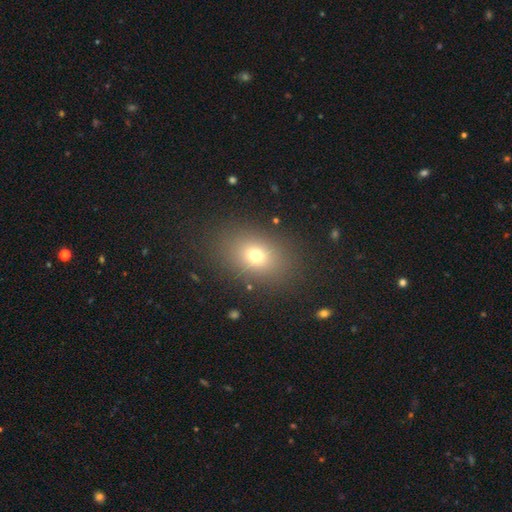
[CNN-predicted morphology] smooth_or_featured: smooth (p=0.71) [alt: star or artifact p=0.17]
how_rounded: in between (p=0.64) [alt: round p=0.34]
merging: none (p=0.85) [alt: minor disturbance p=0.09]